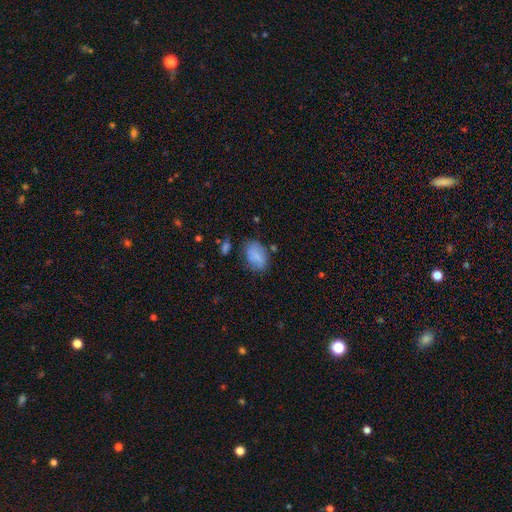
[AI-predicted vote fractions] This is likely a smooth galaxy (76%). How rounded: clearly in between (88%). Merging: likely none (62%).